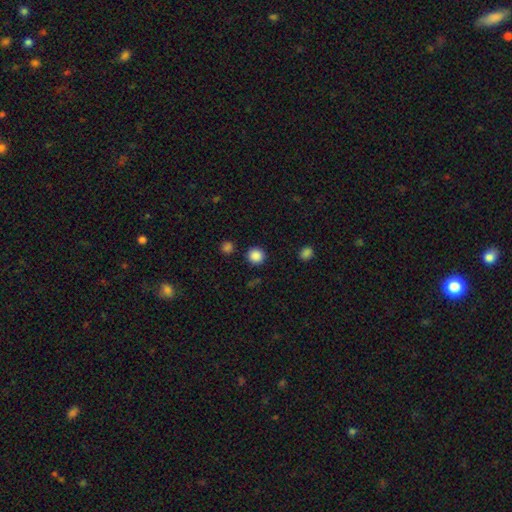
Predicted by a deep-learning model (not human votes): Smooth or featured: smooth — 87% (star or artifact — 10%)
How rounded: round — 94% (in between — 5%)
Merging: none — 90% (minor disturbance — 5%)